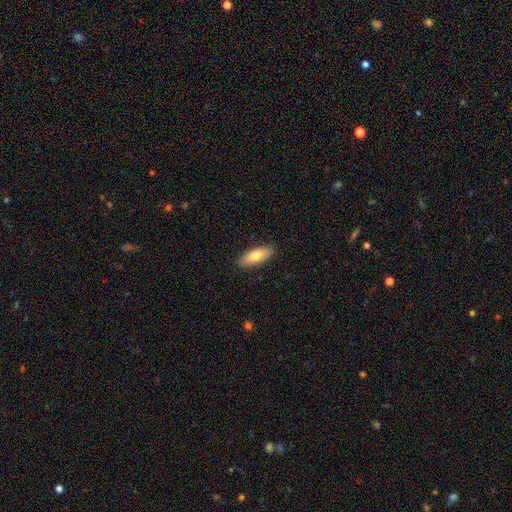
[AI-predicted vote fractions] Morphology: type=smooth (76%); roundness=in between (71%); merging=none (89%).